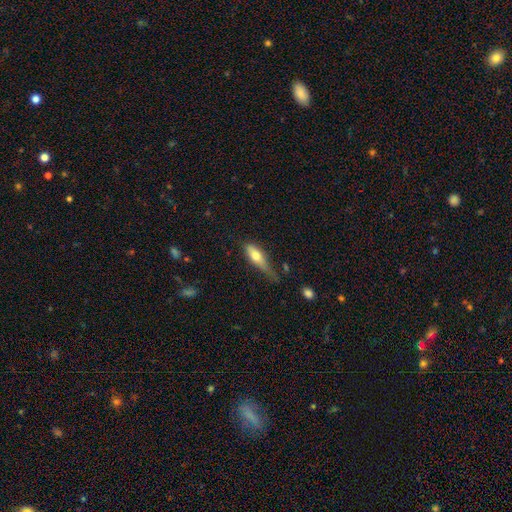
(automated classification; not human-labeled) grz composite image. It shows a smooth galaxy with no disk features (66%) that is in between round and cigar-shaped (58%). Merging: none (39%, tied with minor disturbance).